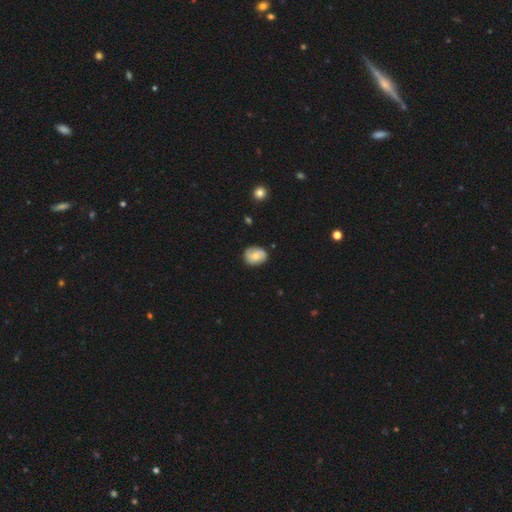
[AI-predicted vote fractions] Smooth or featured? Predicted: smooth (p=0.62). How rounded? Predicted: round (p=0.52). Merging? Predicted: none (p=0.78).